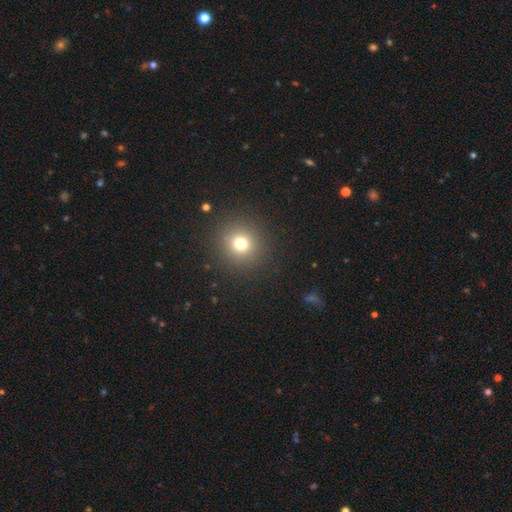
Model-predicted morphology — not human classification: A smooth galaxy with no disk features (62%) that is round (94%). Merging: none (93%).